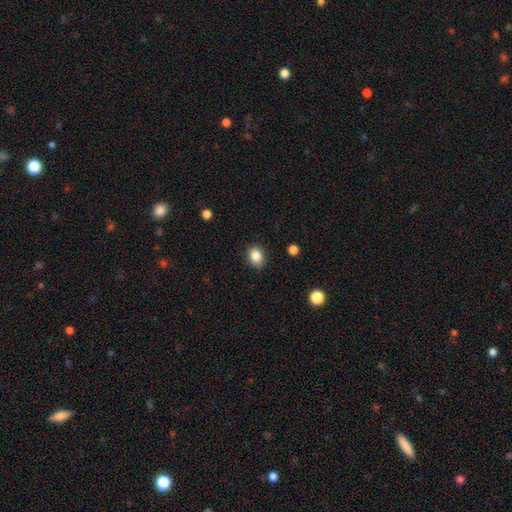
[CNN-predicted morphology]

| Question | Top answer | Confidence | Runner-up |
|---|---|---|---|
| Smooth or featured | smooth | 86% | star or artifact (9%) |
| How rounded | in between | 63% | round (36%) |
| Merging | none | 85% | minor disturbance (12%) |